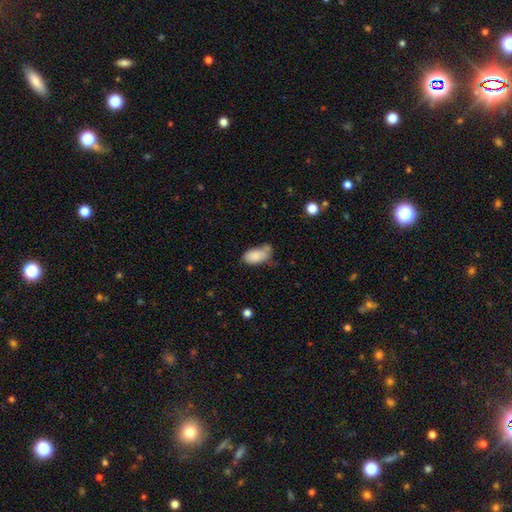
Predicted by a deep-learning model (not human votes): Smooth or featured?
  - smooth: 83% *
  - featured or disk: 9%
  - star or artifact: 8%
How rounded?
  - in between: 93% *
  - round: 3%
  - cigar-shaped: 3%
Merging?
  - none: 41% *
  - minor disturbance: 36%
  - major disturbance: 13%
  - merger: 10%